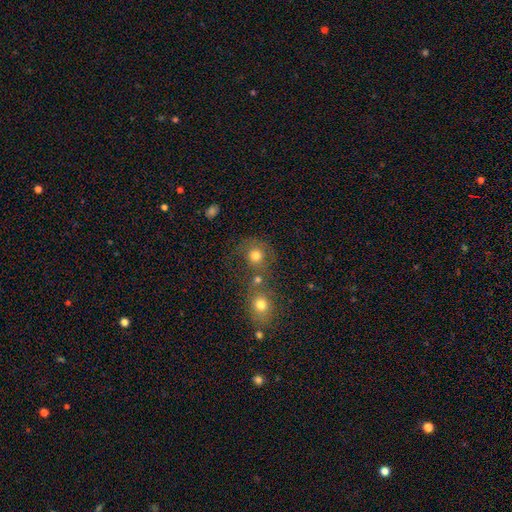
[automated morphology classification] smooth_or_featured: smooth (p=0.73) [alt: featured or disk p=0.14]
how_rounded: round (p=0.82) [alt: in between p=0.17]
merging: none (p=0.42) [alt: merger p=0.39]